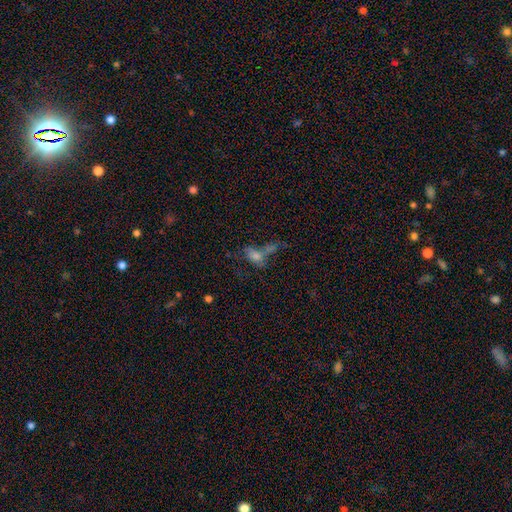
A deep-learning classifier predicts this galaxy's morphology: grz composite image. It shows a smooth galaxy with no disk features (55%) that is in between round and cigar-shaped (77%). Merging: merger (40%).